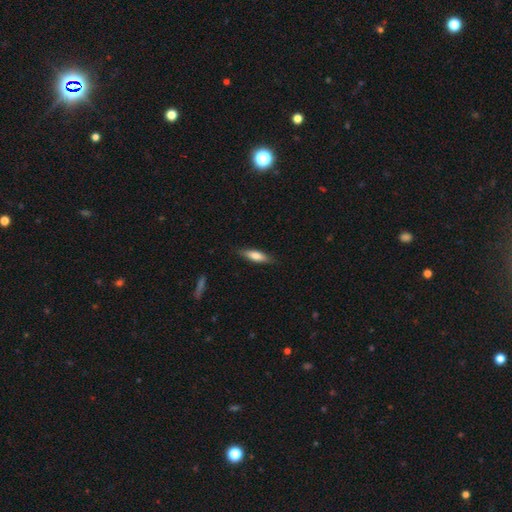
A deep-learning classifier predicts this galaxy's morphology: This is likely a smooth galaxy (70%). How rounded: likely cigar-shaped (61%). Merging: clearly none (83%).